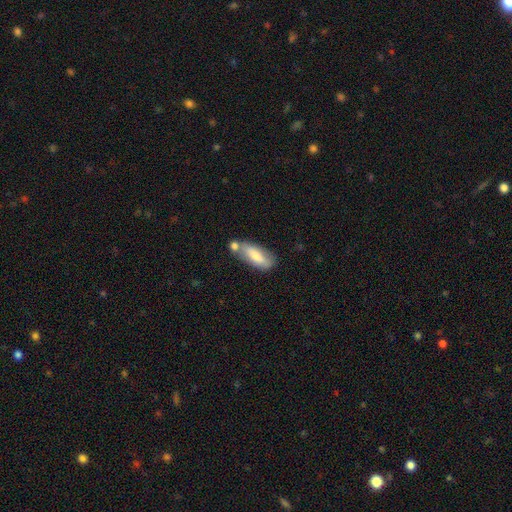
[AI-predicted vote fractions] Overall: smooth (71%). How rounded: in between (69%; cigar-shaped 29%). Merging: none (51%; merger 25%).